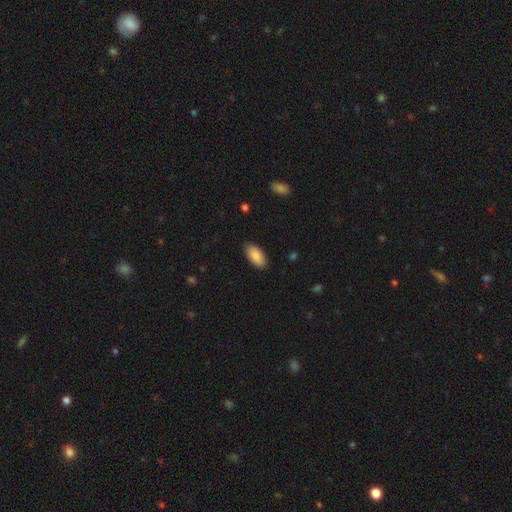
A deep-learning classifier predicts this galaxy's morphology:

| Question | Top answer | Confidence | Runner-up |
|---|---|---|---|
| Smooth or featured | smooth | 88% | star or artifact (6%) |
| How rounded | in between | 93% | cigar-shaped (5%) |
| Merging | none | 88% | minor disturbance (9%) |